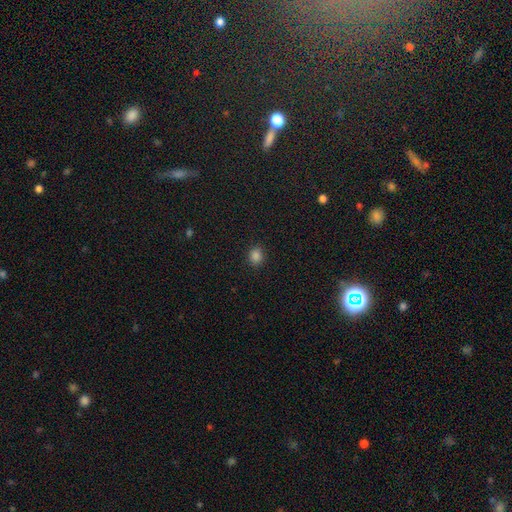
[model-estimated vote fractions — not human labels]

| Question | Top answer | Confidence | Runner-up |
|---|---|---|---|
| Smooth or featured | smooth | 84% | star or artifact (13%) |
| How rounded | round | 67% | in between (32%) |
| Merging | none | 89% | minor disturbance (7%) |